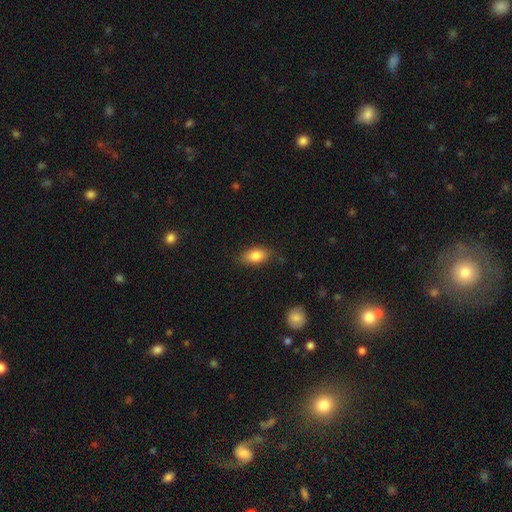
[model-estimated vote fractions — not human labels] The model was most divided on "merging": none: 79%, minor disturbance: 16%, major disturbance: 3%, merger: 1%. More confident: how rounded — in between (87%); smooth or featured — smooth (81%).